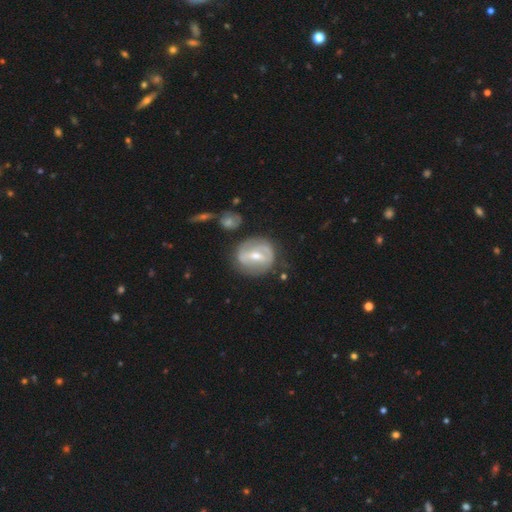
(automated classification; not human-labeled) Morphology: type=featured or disk (70%); edge-on=no (93%); bar=strong (54%); spiral arms=yes (61%); bulge=moderate (63%); merging=none (72%).